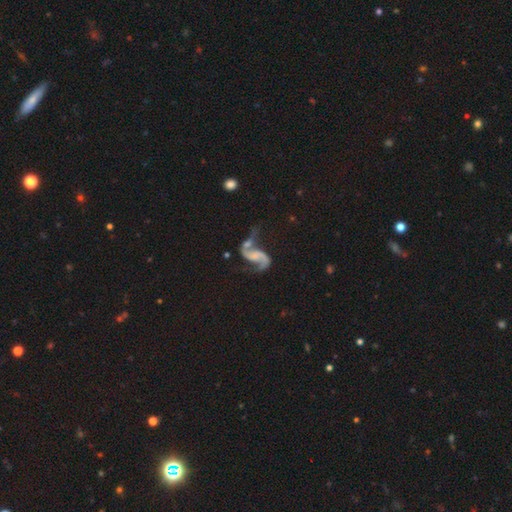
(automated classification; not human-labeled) Smooth or featured? featured or disk (85%)
Edge-on disk? no (97%)
Bar? no (49%)
Spiral arms? yes (95%)
Spiral winding? loose (73%)
Spiral arm count? 2 (90%)
Bulge size? none (55%)
Merging? none (40%)